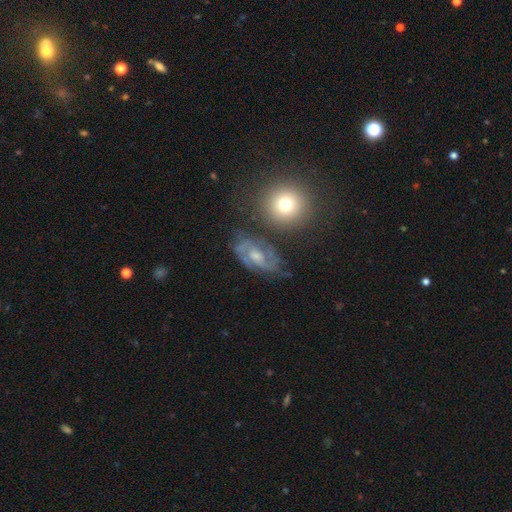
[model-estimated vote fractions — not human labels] Smooth or featured? featured or disk (74%)
Edge-on disk? no (95%)
Bar? no (45%)
Spiral arms? yes (87%)
Spiral winding? medium (45%)
Spiral arm count? 2 (72%)
Bulge size? moderate (54%)
Merging? none (68%)